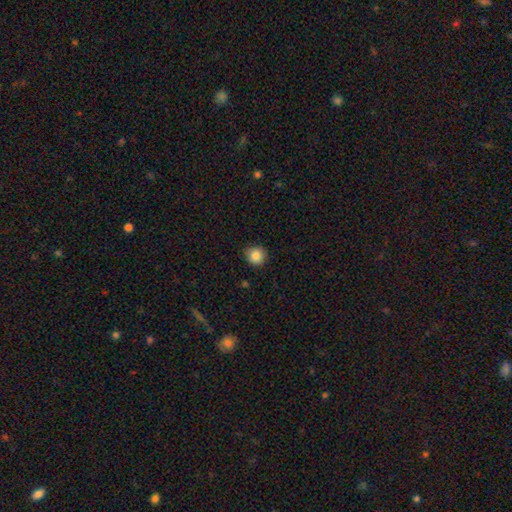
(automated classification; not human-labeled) Smooth or featured?
  - smooth: 86% *
  - star or artifact: 10%
  - featured or disk: 5%
How rounded?
  - round: 92% *
  - in between: 7%
  - cigar-shaped: 1%
Merging?
  - none: 88% *
  - minor disturbance: 9%
  - major disturbance: 2%
  - merger: 1%